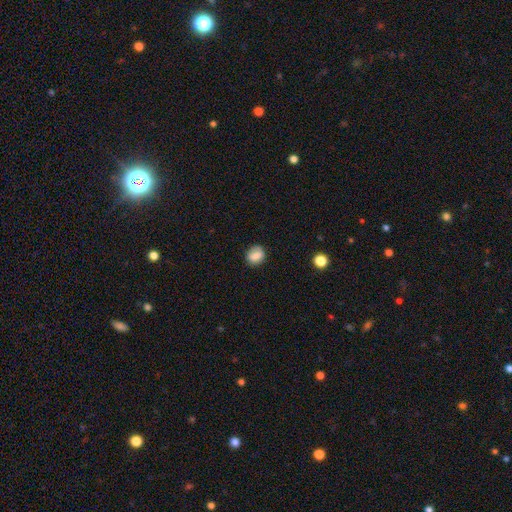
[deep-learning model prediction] smooth 81%, featured or disk 10%, star or artifact 9%. Down the decision tree: how rounded — round (60%); merging — none (77%).